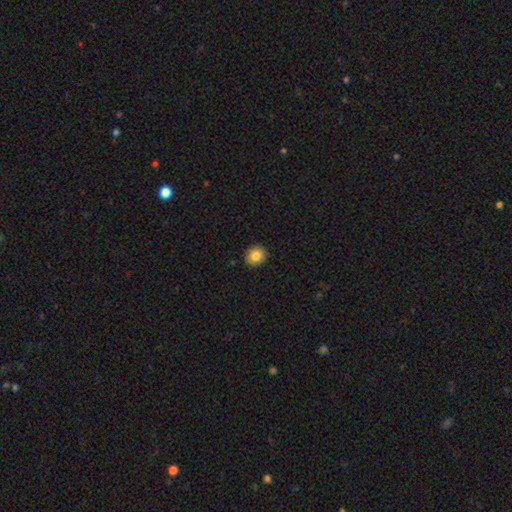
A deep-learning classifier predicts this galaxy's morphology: Smooth or featured?
  - smooth: 84% *
  - star or artifact: 9%
  - featured or disk: 7%
How rounded?
  - round: 76% *
  - in between: 23%
  - cigar-shaped: 1%
Merging?
  - none: 90% *
  - minor disturbance: 8%
  - major disturbance: 2%
  - merger: 1%